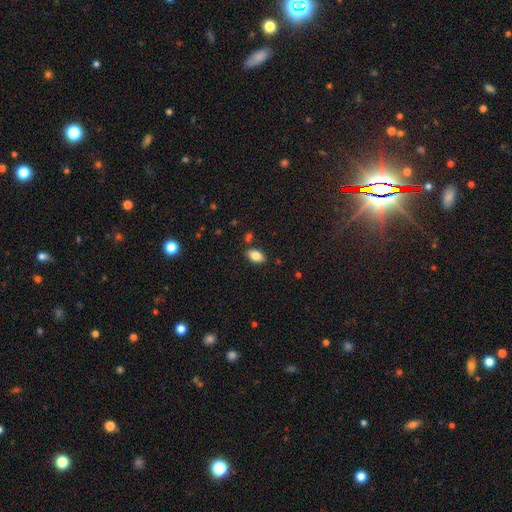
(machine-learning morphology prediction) This is clearly a smooth galaxy (83%). How rounded: clearly in between (92%). Merging: clearly none (83%).